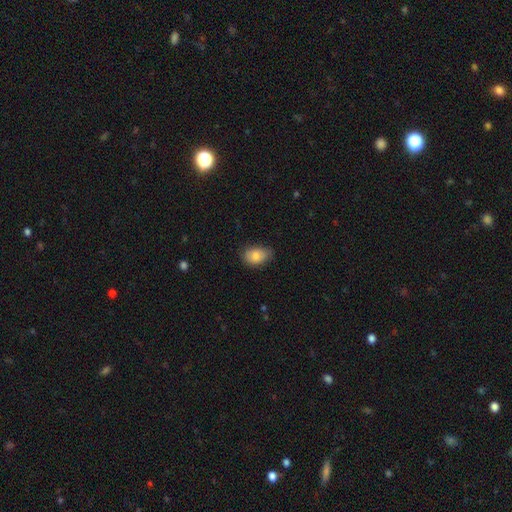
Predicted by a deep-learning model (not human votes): Q: Smooth or featured?
A: smooth (82%); runner-up: featured or disk (11%)
Q: How rounded?
A: in between (85%); runner-up: round (13%)
Q: Merging?
A: none (66%); runner-up: minor disturbance (28%)